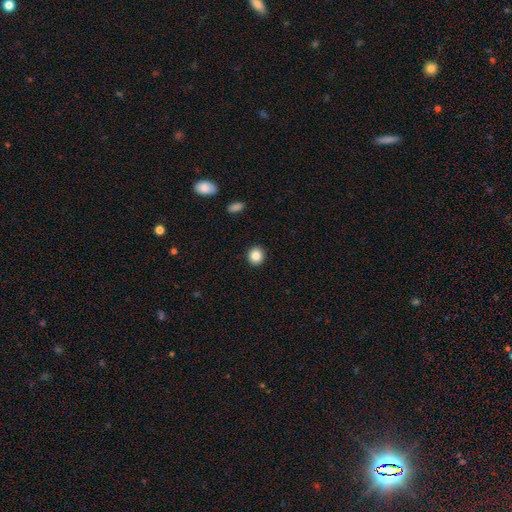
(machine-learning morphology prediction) The model was most divided on "how rounded": round: 86%, in between: 13%, cigar-shaped: 1%. More confident: merging — none (92%); smooth or featured — smooth (86%).